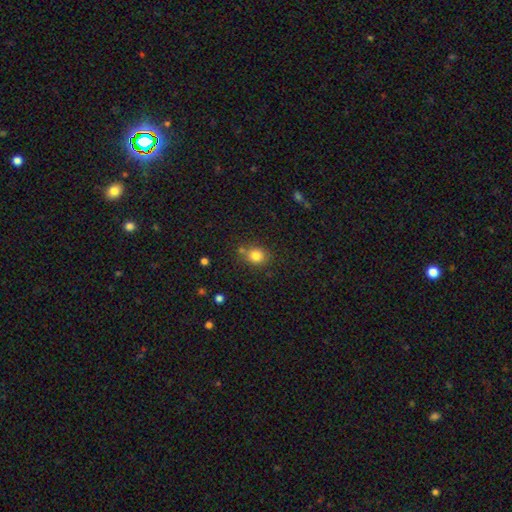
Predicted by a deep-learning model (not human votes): smooth_or_featured: smooth (p=0.81) [alt: star or artifact p=0.12]
how_rounded: round (p=0.68) [alt: in between p=0.31]
merging: none (p=0.70) [alt: minor disturbance p=0.15]